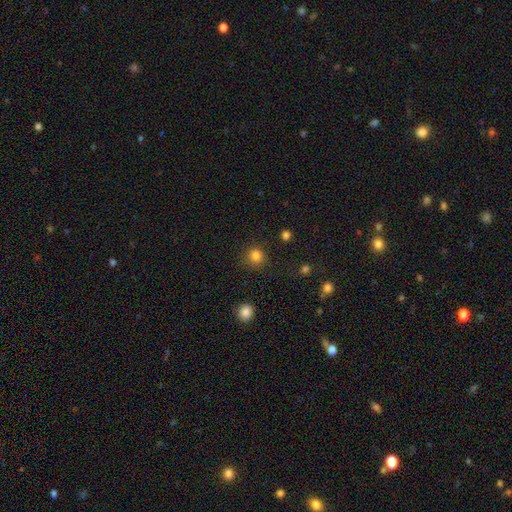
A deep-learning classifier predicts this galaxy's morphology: A smooth galaxy with no disk features (83%) that is round (90%). Merging: none (86%).